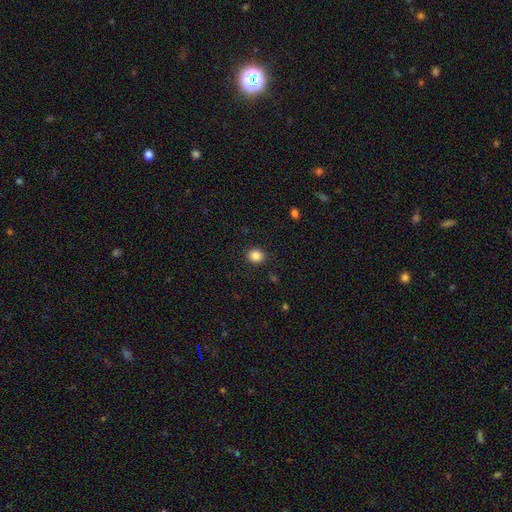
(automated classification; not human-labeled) Smooth or featured?
  - smooth: 85% *
  - star or artifact: 11%
  - featured or disk: 4%
How rounded?
  - round: 79% *
  - in between: 20%
  - cigar-shaped: 1%
Merging?
  - none: 90% *
  - minor disturbance: 7%
  - major disturbance: 2%
  - merger: 1%